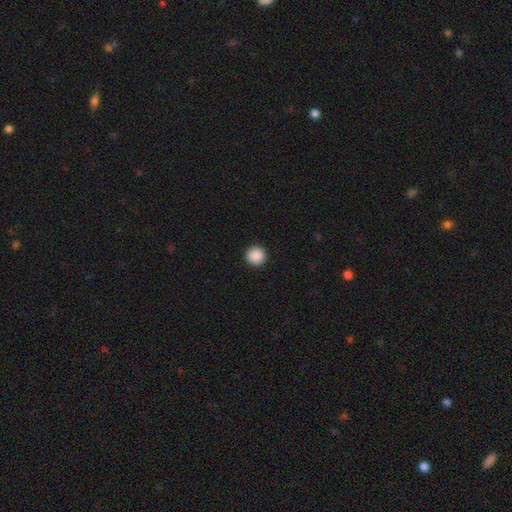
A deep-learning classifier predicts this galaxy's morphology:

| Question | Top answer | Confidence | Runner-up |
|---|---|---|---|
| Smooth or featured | smooth | 89% | star or artifact (8%) |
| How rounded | round | 96% | in between (3%) |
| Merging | none | 94% | minor disturbance (4%) |